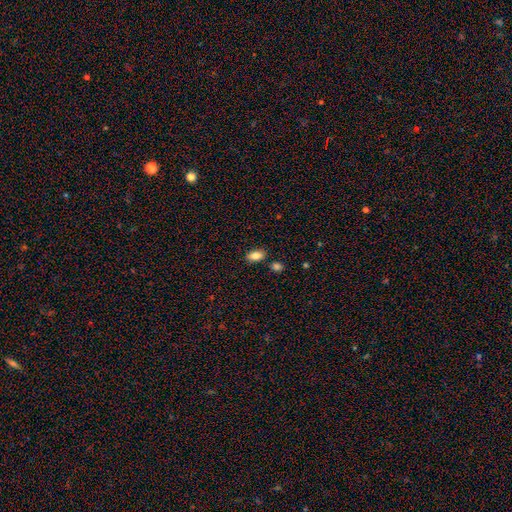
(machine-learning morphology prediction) A smooth galaxy with no disk features (81%) that is in between round and cigar-shaped (89%).

Vote fractions:
- Smooth or featured? smooth: 81% / featured or disk: 11% / star or artifact: 8%
- How rounded? in between: 89% / round: 6% / cigar-shaped: 5%
- Merging? none: 82% / minor disturbance: 10% / merger: 5% / major disturbance: 2%